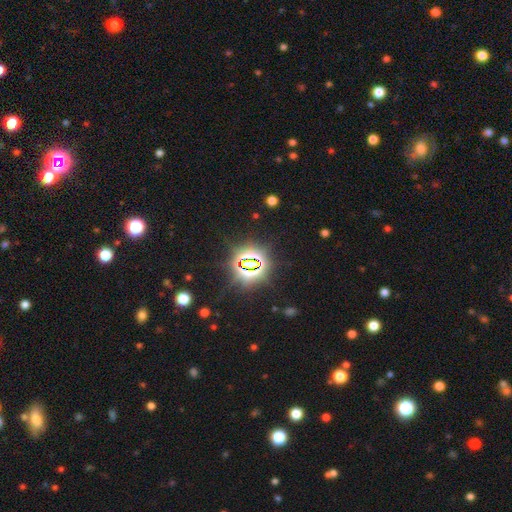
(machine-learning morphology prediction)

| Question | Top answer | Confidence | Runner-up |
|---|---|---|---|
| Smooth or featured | star or artifact | 82% | smooth (12%) |